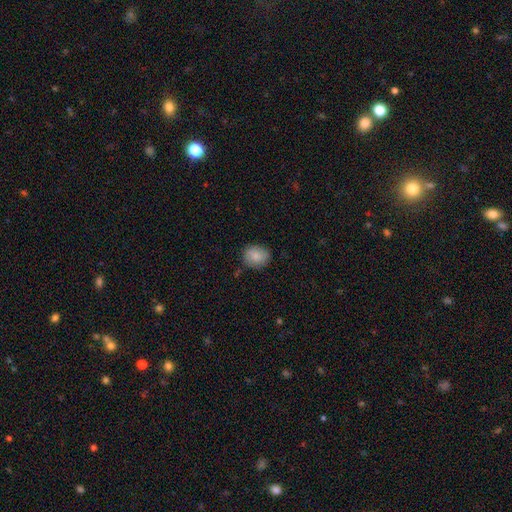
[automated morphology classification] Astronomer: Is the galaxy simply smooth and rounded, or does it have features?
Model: smooth — 83%.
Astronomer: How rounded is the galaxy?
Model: round — 61% (runner-up: in between, 38%).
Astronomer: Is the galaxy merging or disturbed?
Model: none — 78%.